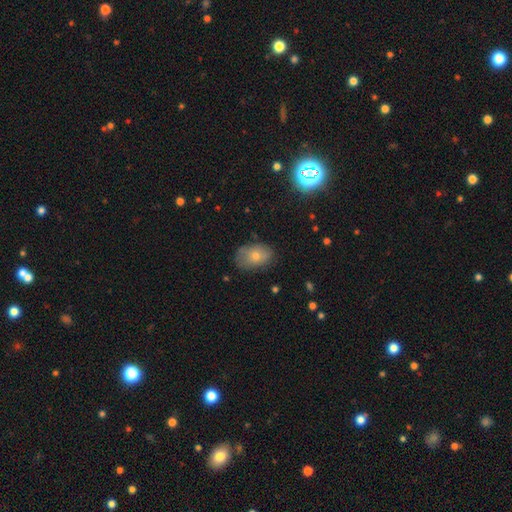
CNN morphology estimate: This appears to be a smooth galaxy with no disk features (64%) that is in between round and cigar-shaped (82%). Merging: none (74%).